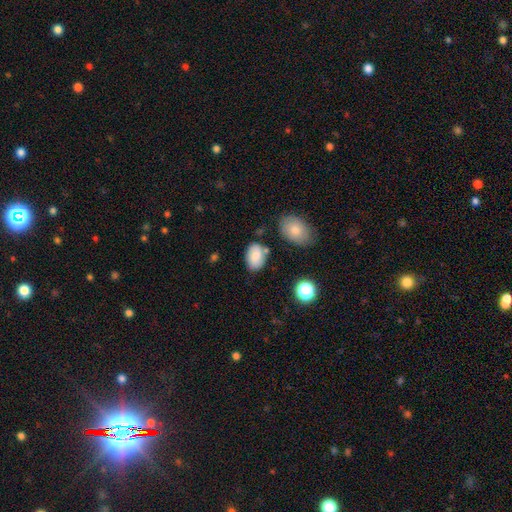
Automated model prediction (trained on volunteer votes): A smooth galaxy with no disk features (81%) that is in between round and cigar-shaped (83%). Merging: none (71%).